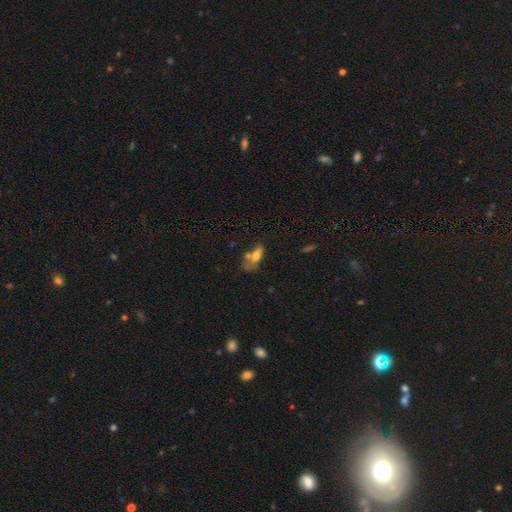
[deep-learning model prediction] Smooth or featured? smooth (60%)
How rounded? in between (74%)
Merging? merger (35%)